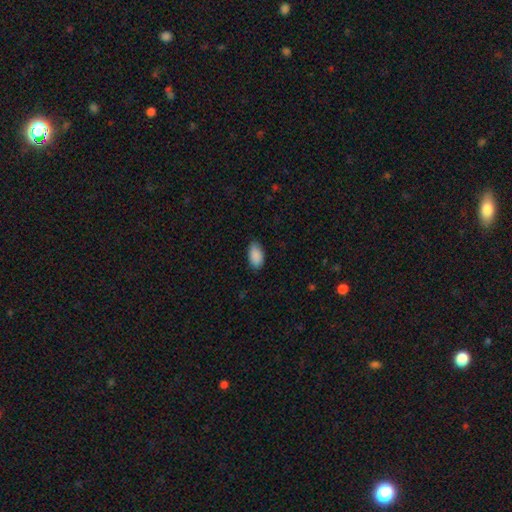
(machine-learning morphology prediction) Overall: smooth (90%). How rounded: in between (94%). Merging: none (83%).